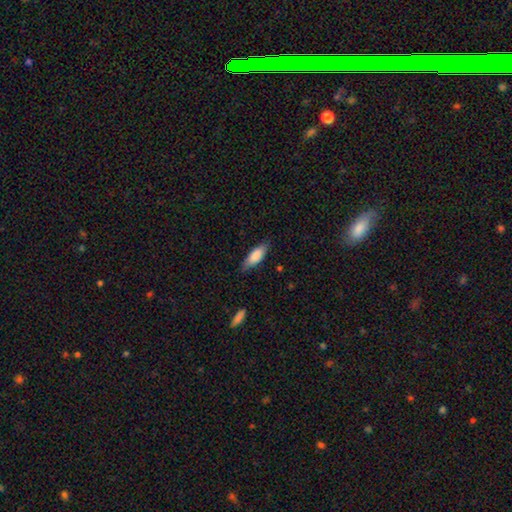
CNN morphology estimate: smooth-or-featured: smooth: 82% | featured or disk: 13% | star or artifact: 6%
  how-rounded: in between: 59% | cigar-shaped: 39% | round: 2%
  merging: none: 80% | minor disturbance: 16% | major disturbance: 3% | merger: 1%